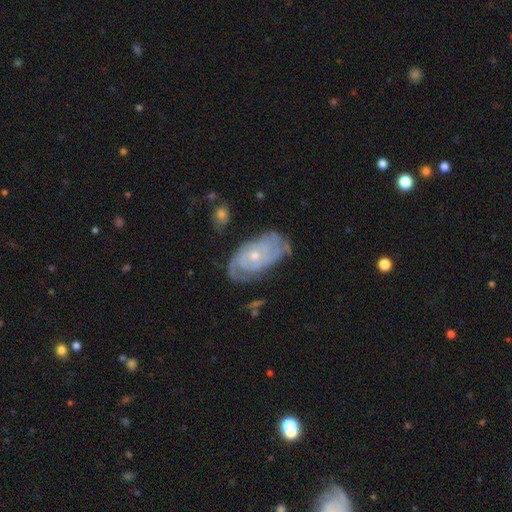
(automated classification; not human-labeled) Smooth or featured? Predicted: featured or disk (p=0.83). Edge-on disk? Predicted: no (p=0.95). Bar? Predicted: no (p=0.76). Spiral arms? Predicted: yes (p=0.93). Spiral winding? Predicted: tight (p=0.73). Spiral arm count? Predicted: can't tell (p=0.39). Bulge size? Predicted: small (p=0.59). Merging? Predicted: none (p=0.63).